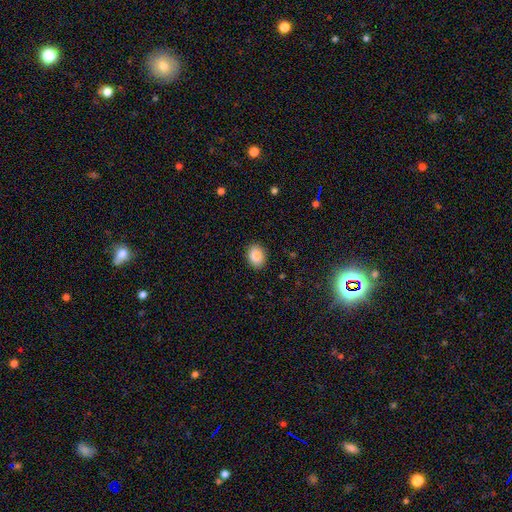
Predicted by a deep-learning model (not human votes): Overall: smooth (87%). How rounded: in between (59%; round 40%). Merging: none (90%).